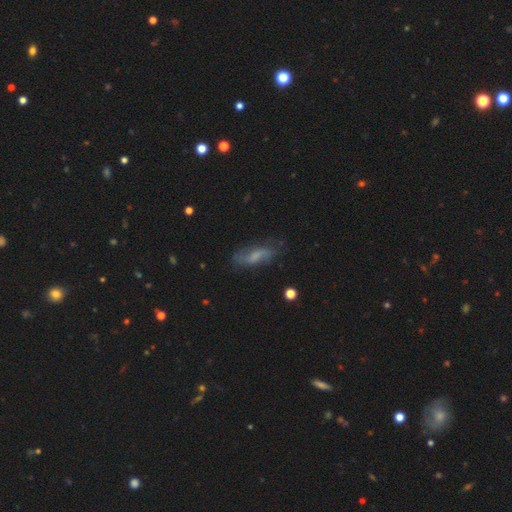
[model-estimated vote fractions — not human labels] Morphology: type=featured or disk (46%); merging=none (67%).